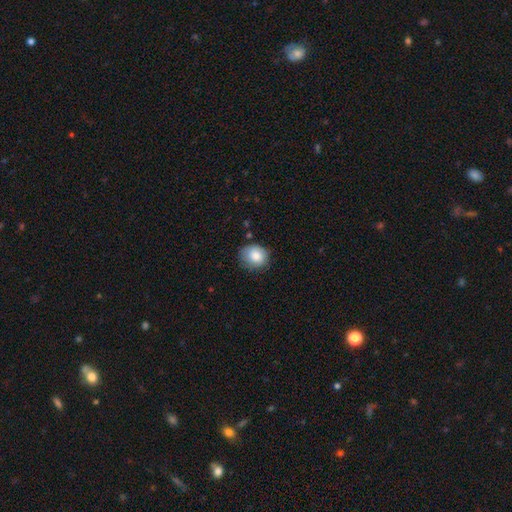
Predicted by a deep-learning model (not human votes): This appears to be a smooth galaxy with no disk features (84%) that is round (68%). Merging: none (72%).